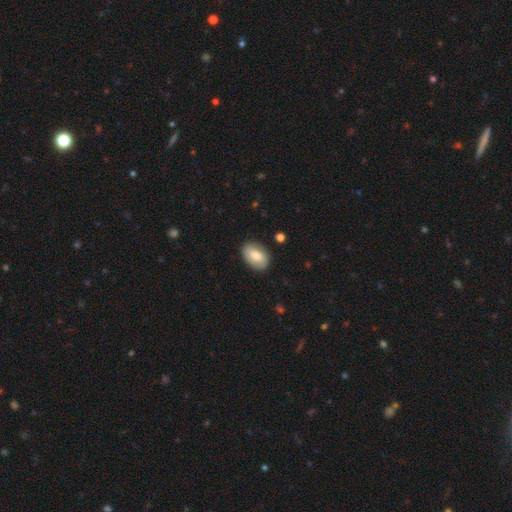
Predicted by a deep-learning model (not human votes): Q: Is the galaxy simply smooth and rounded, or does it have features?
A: smooth — 70%.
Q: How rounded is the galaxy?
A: in between — 89%.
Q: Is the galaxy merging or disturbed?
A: none — 86%.